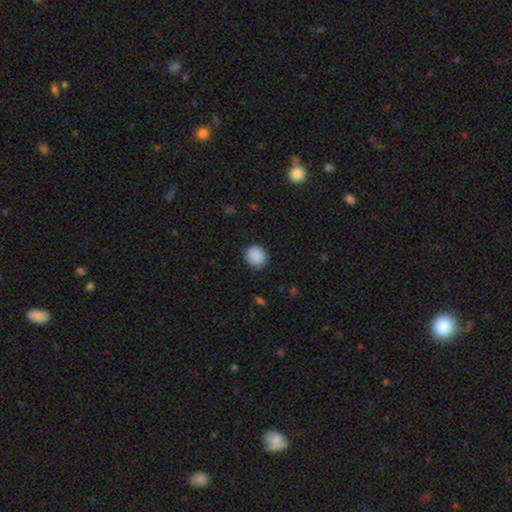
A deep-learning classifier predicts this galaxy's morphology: Q: Smooth or featured?
A: smooth (90%); runner-up: star or artifact (8%)
Q: How rounded?
A: round (87%); runner-up: in between (13%)
Q: Merging?
A: none (89%); runner-up: minor disturbance (8%)